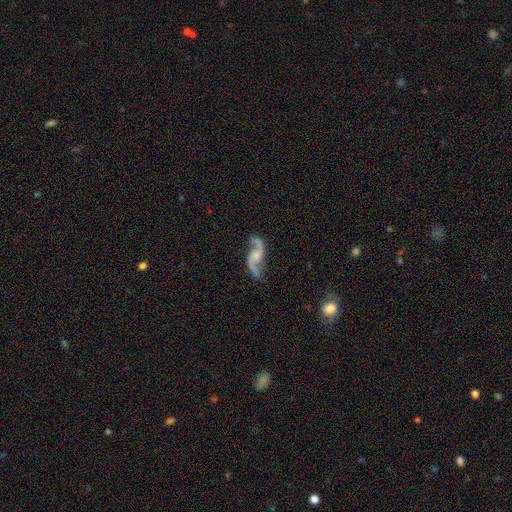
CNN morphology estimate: This is clearly a featured or disk galaxy (90%). It is clearly not viewed edge-on (96%). Bar: possibly no (57%). Spiral arm pattern: clearly yes (97%). Spiral arm count: clearly 2 (94%). Spiral winding: likely loose (71%). Central bulge: marginally none (33%). Merging: likely none (77%).